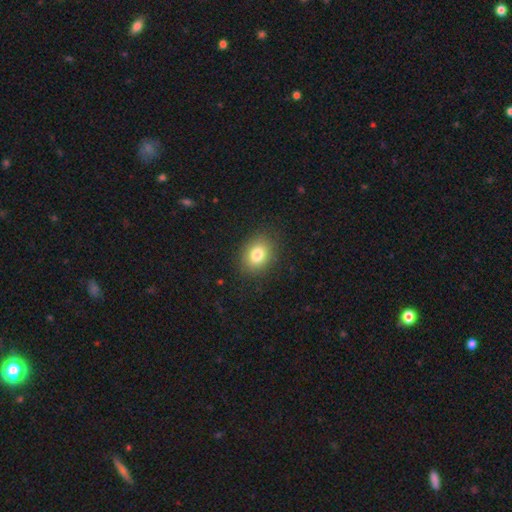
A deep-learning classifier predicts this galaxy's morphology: Smooth or featured: smooth — 81% (star or artifact — 10%)
How rounded: in between — 59% (round — 40%)
Merging: none — 86% (minor disturbance — 9%)